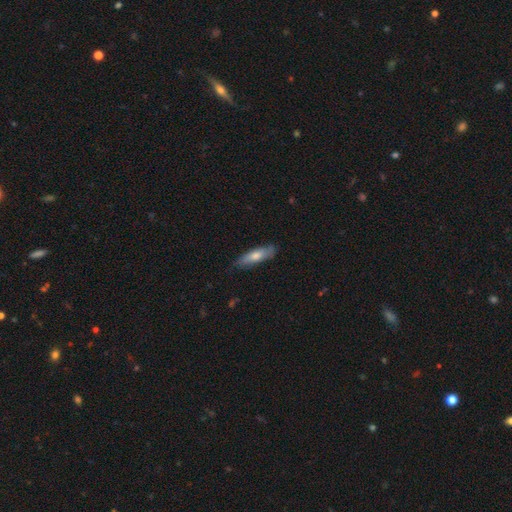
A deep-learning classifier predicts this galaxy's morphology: smooth_or_featured: smooth (p=0.68) [alt: featured or disk p=0.27]
how_rounded: cigar-shaped (p=0.56) [alt: in between p=0.42]
merging: none (p=0.75) [alt: minor disturbance p=0.21]